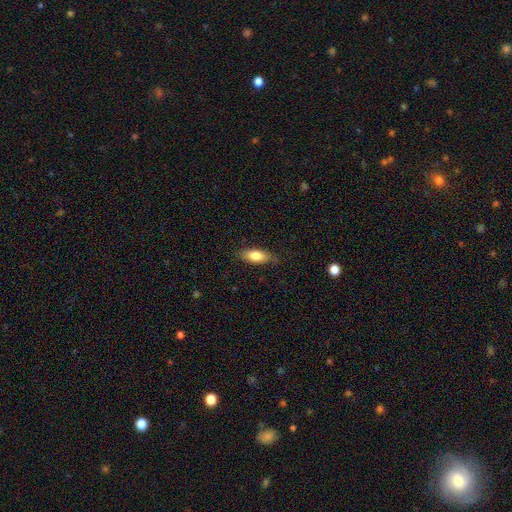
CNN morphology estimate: smooth 78%, featured or disk 16%, star or artifact 6%. Down the decision tree: how rounded — in between (76%); merging — none (79%).